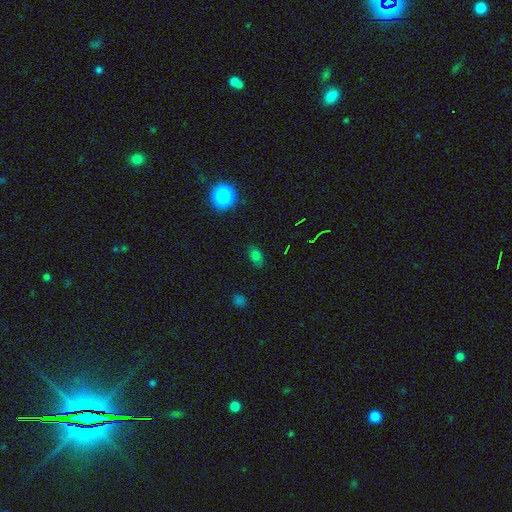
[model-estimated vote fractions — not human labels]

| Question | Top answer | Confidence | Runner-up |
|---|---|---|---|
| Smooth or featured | smooth | 69% | star or artifact (22%) |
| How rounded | in between | 81% | round (16%) |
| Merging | none | 84% | minor disturbance (12%) |